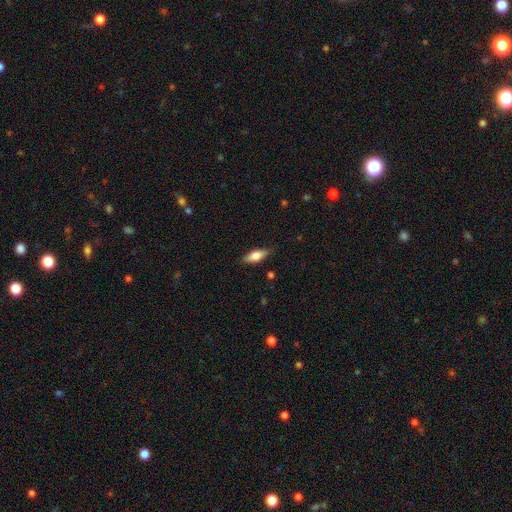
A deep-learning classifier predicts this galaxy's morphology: Smooth or featured? smooth (66%)
How rounded? in between (69%)
Merging? none (86%)